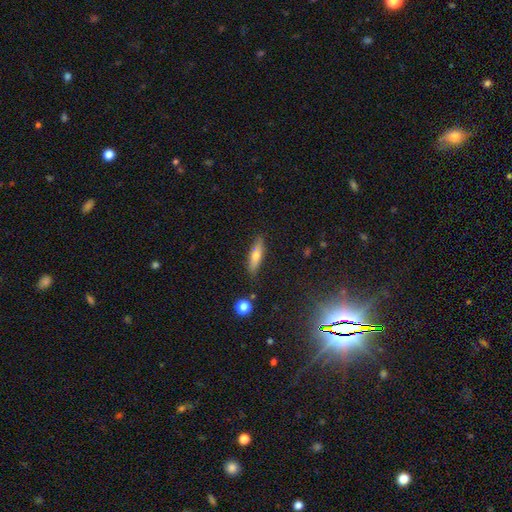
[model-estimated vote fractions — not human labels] A smooth galaxy with no disk features (58%) that is cigar-shaped (65%). Merging: none (85%).